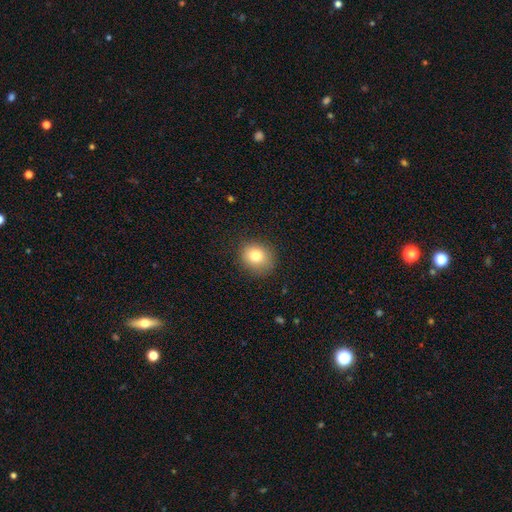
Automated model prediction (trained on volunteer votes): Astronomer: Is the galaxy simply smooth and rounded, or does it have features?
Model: smooth — 79%.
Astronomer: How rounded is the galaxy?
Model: round — 73%.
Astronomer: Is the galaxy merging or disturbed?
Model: none — 83%.